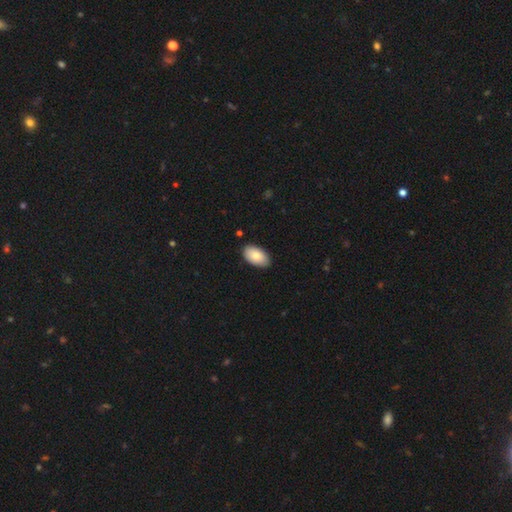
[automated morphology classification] This appears to be a smooth galaxy with no disk features (80%) that is in between round and cigar-shaped (95%). Merging: none (87%).